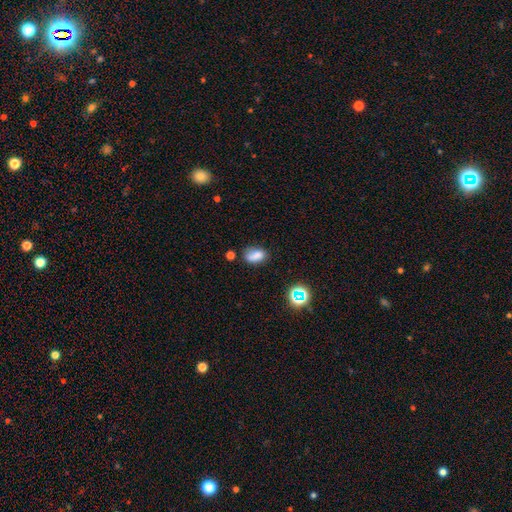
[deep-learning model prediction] smooth-or-featured: smooth: 76% | star or artifact: 13% | featured or disk: 10%
  how-rounded: in between: 83% | round: 14% | cigar-shaped: 3%
  merging: none: 61% | minor disturbance: 24% | major disturbance: 8% | merger: 7%